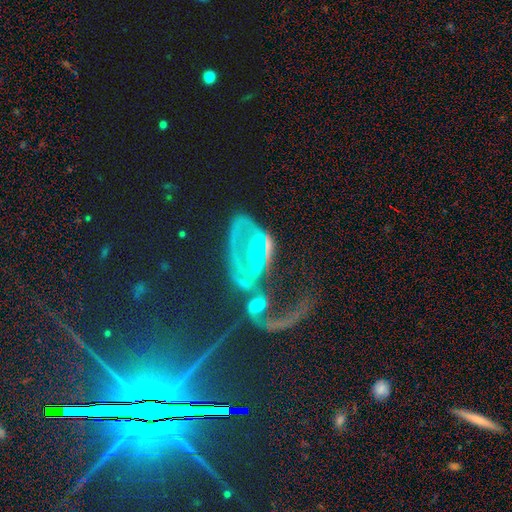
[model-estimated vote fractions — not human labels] Smooth or featured? featured or disk (73%)
Edge-on disk? no (93%)
Bar? strong (37%)
Spiral arms? yes (72%)
Bulge size? small (66%)
Merging? major disturbance (33%)